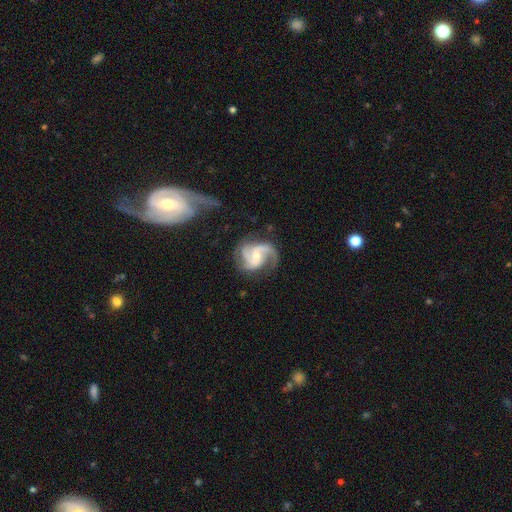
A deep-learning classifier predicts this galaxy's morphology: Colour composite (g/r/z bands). It shows a featured or disk galaxy (89%) with no bar (46%), 3 (43%) medium (55%) spiral arms (98%) and a small central bulge (51%). Merging: none (64%).